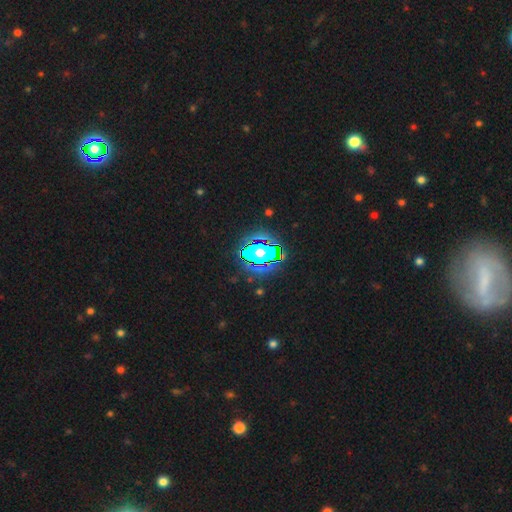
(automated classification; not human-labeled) The model was most divided on "smooth or featured": star or artifact: 64%, smooth: 21%, featured or disk: 16%.